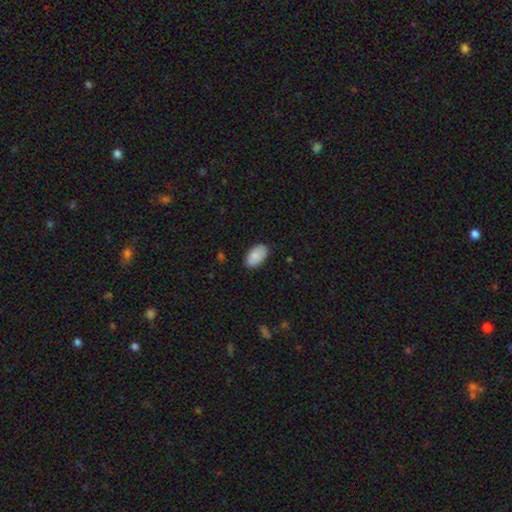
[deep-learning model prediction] Smooth or featured? smooth (83%)
How rounded? in between (94%)
Merging? none (83%)